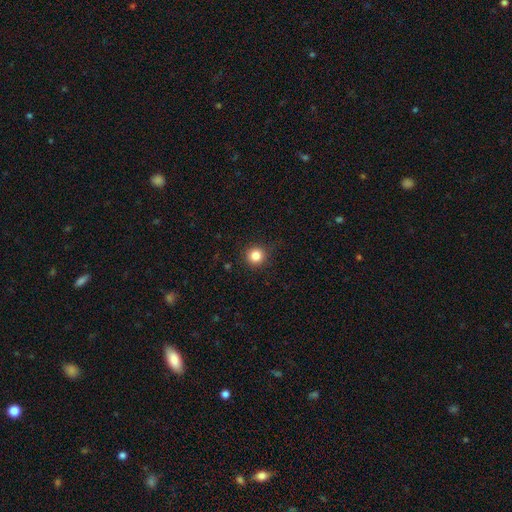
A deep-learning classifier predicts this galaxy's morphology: Smooth or featured?
  - smooth: 84% *
  - star or artifact: 11%
  - featured or disk: 4%
How rounded?
  - round: 93% *
  - in between: 6%
  - cigar-shaped: 1%
Merging?
  - none: 88% *
  - minor disturbance: 8%
  - major disturbance: 2%
  - merger: 1%